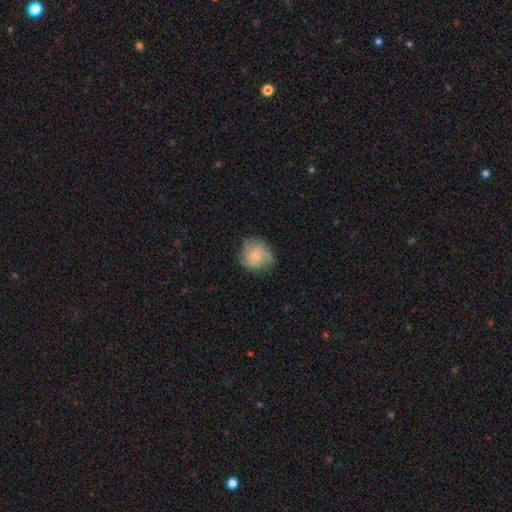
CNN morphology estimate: A featured or disk galaxy (54%) with no bar (78%), spiral arms (88%) and a small central bulge (63%). Merging: none (72%).